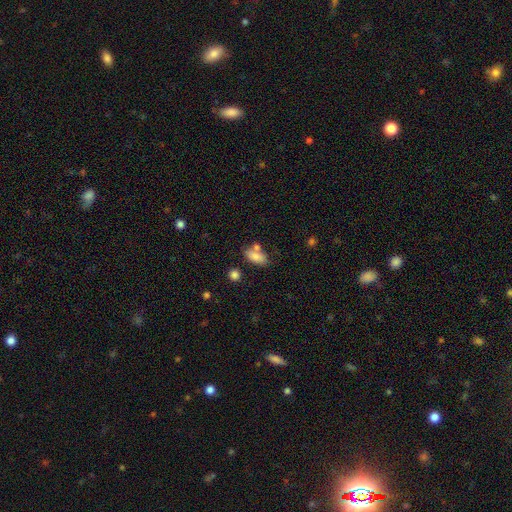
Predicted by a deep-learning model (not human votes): Smooth or featured: smooth — 82% (featured or disk — 10%)
How rounded: in between — 88% (cigar-shaped — 7%)
Merging: none — 59% (merger — 20%)